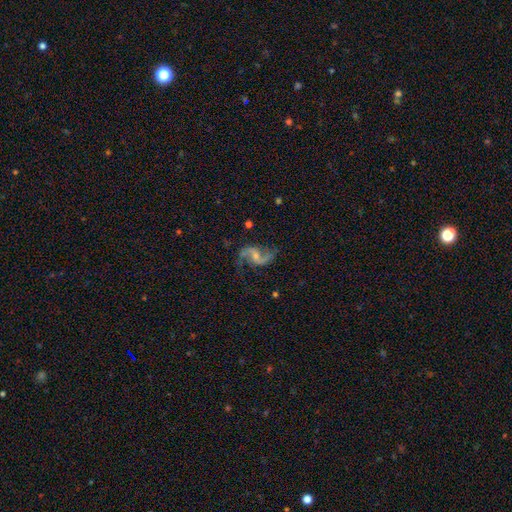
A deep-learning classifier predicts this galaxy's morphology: This appears to be a featured or disk galaxy (89%) with no bar (44%), 2 (94%) loose (71%) spiral arms (97%) and a small central bulge (55%). Merging: none (76%).